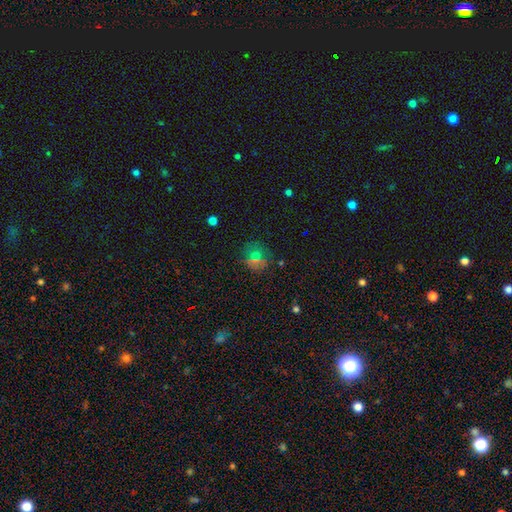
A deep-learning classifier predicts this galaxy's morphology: Smooth or featured? Predicted: smooth (p=0.46). Merging? Predicted: none (p=0.71).